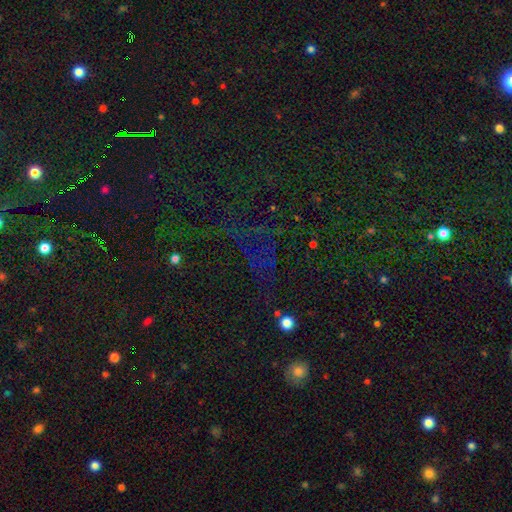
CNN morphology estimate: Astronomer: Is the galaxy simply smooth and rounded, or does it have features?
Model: star or artifact — 72%.